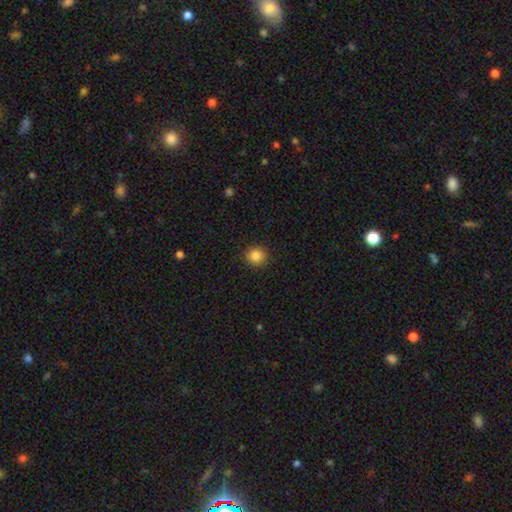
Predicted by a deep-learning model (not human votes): The model was most divided on "smooth or featured": smooth: 86%, star or artifact: 10%, featured or disk: 4%. More confident: merging — none (91%); how rounded — round (89%).